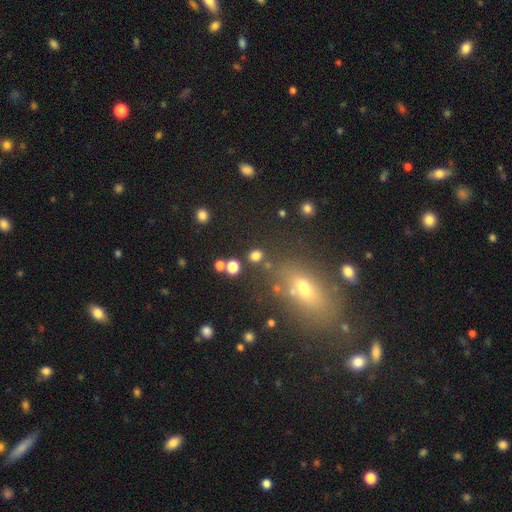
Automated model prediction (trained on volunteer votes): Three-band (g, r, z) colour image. It shows a smooth galaxy with no disk features (74%) that is round (64%). Merging: none (76%).